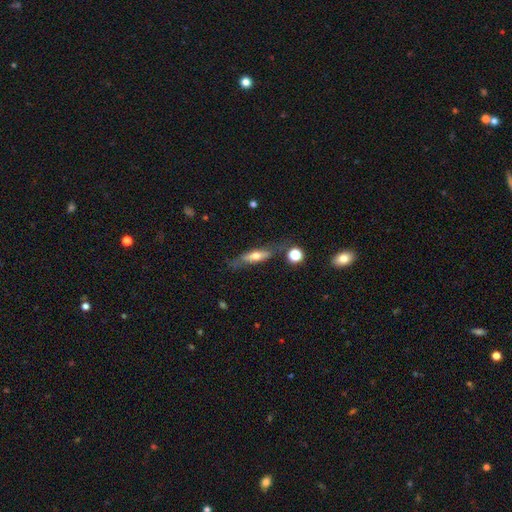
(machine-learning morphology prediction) Q: Smooth or featured?
A: featured or disk (47%); runner-up: smooth (46%)
Q: Merging?
A: none (65%); runner-up: minor disturbance (21%)